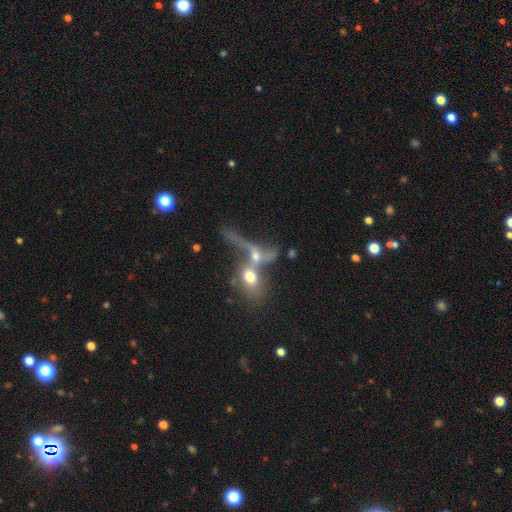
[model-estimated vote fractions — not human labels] Overall: smooth (50%; featured or disk 38%). Merging: merger (73%).